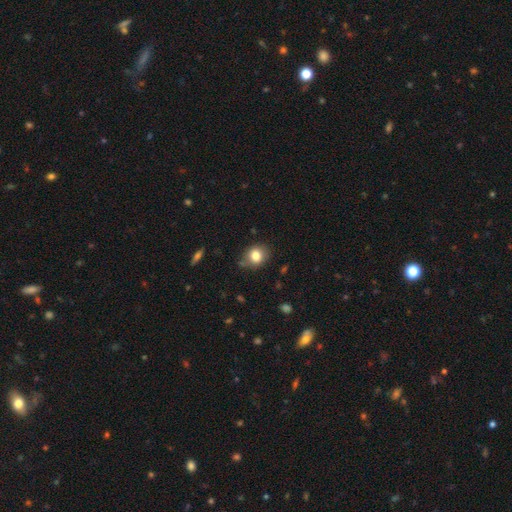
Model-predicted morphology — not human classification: A smooth galaxy with no disk features (81%) that is round (66%). Merging: none (74%).